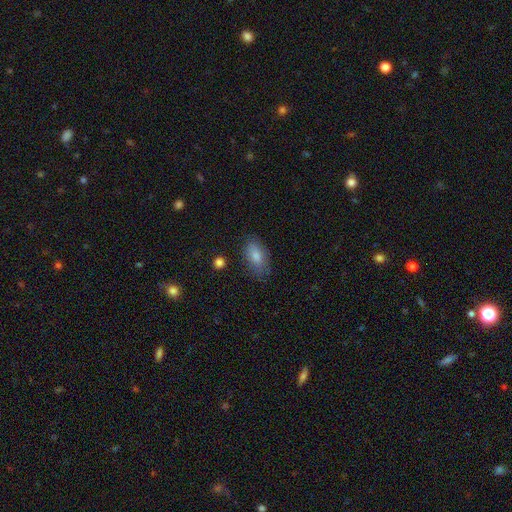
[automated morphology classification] Smooth or featured: smooth — 82% (featured or disk — 11%)
How rounded: in between — 90% (round — 6%)
Merging: none — 76% (minor disturbance — 18%)